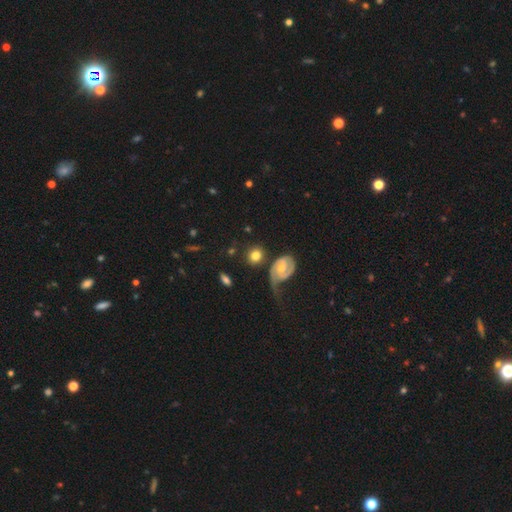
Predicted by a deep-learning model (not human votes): This appears to be a smooth galaxy with no disk features (66%) that is round (73%). Merging: none (62%).